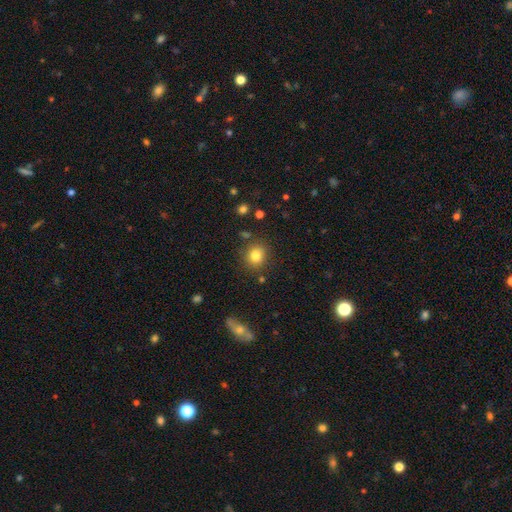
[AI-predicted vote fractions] Smooth or featured?
  - smooth: 82% *
  - star or artifact: 12%
  - featured or disk: 7%
How rounded?
  - round: 82% *
  - in between: 17%
  - cigar-shaped: 1%
Merging?
  - none: 84% *
  - minor disturbance: 9%
  - merger: 4%
  - major disturbance: 3%